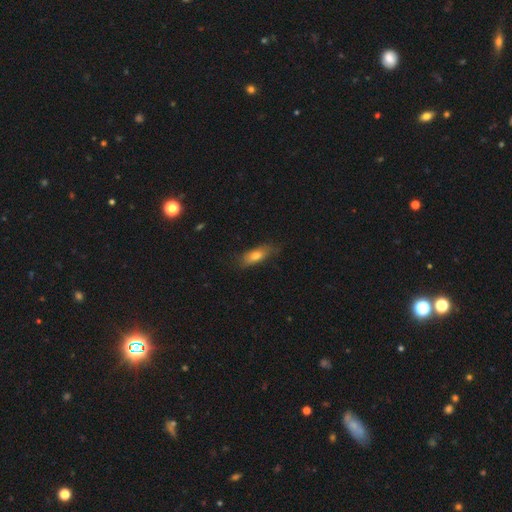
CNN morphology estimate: smooth_or_featured: smooth (p=0.68) [alt: featured or disk p=0.23]
how_rounded: in between (p=0.67) [alt: cigar-shaped p=0.28]
merging: none (p=0.73) [alt: minor disturbance p=0.21]